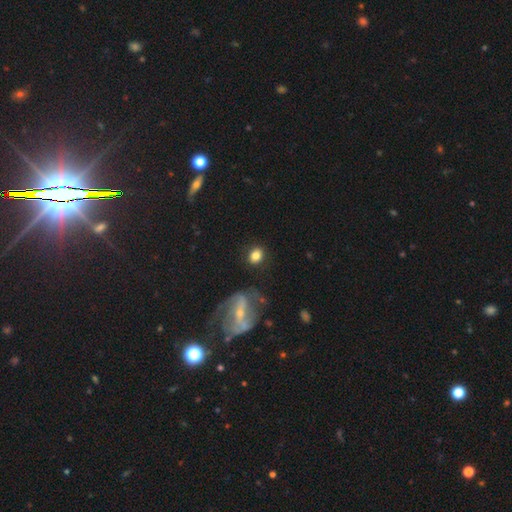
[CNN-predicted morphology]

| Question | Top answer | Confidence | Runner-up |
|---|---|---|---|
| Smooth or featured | smooth | 77% | featured or disk (14%) |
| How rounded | round | 63% | in between (36%) |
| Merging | none | 81% | minor disturbance (11%) |